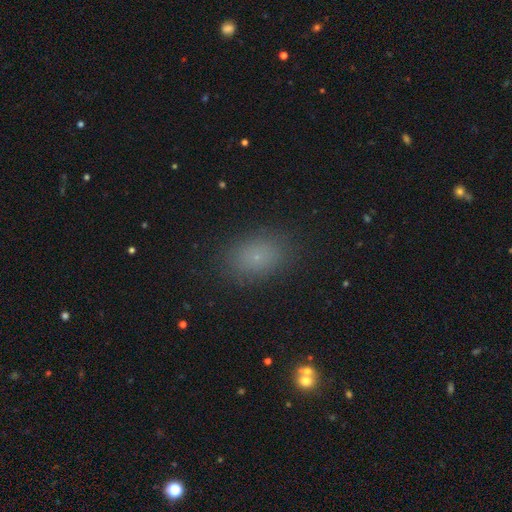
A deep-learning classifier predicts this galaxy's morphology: Smooth or featured: smooth — 73% (star or artifact — 18%)
How rounded: in between — 78% (round — 21%)
Merging: none — 87% (minor disturbance — 9%)